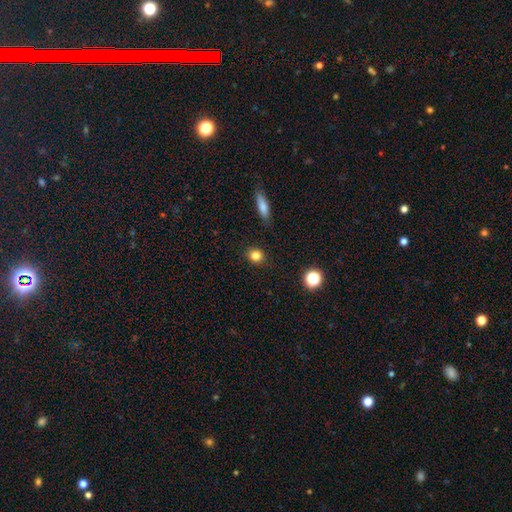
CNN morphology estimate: type=smooth (82%); roundness=round (80%); merging=none (89%).